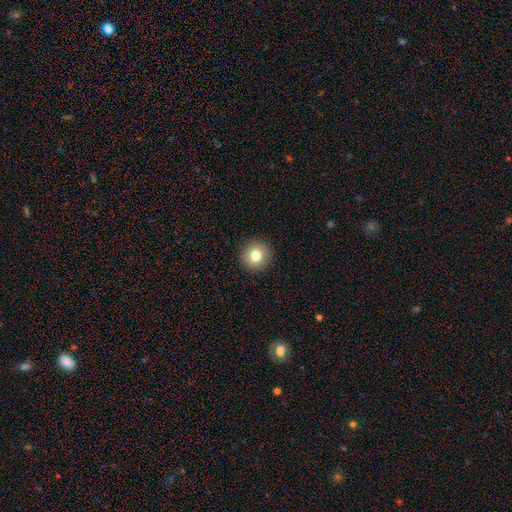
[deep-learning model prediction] A smooth galaxy with no disk features (80%) that is round (93%). Merging: none (93%).